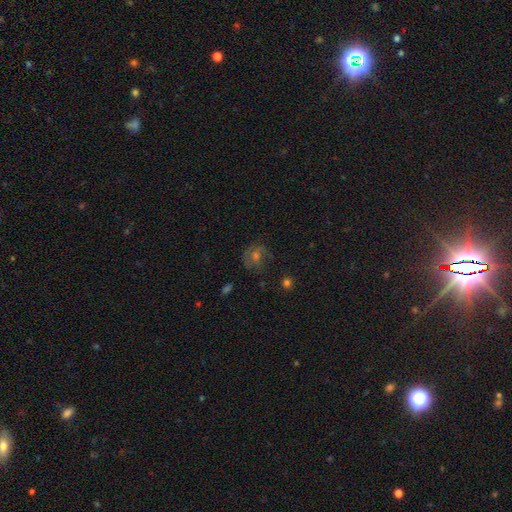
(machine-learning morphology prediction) Smooth or featured? Predicted: featured or disk (p=0.41). Merging? Predicted: none (p=0.71).